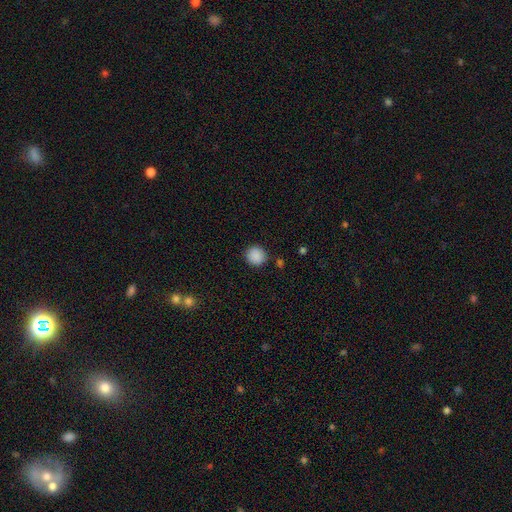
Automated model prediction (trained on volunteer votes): Smooth or featured?
  - smooth: 88% *
  - star or artifact: 9%
  - featured or disk: 3%
How rounded?
  - round: 92% *
  - in between: 7%
  - cigar-shaped: 1%
Merging?
  - none: 87% *
  - minor disturbance: 8%
  - major disturbance: 3%
  - merger: 2%